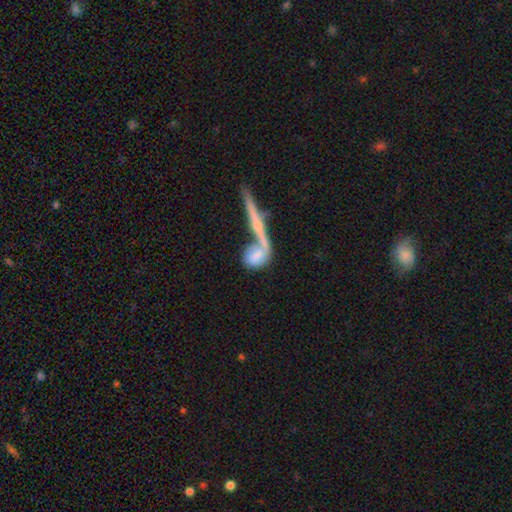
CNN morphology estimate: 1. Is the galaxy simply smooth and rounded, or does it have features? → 57% smooth, 35% featured or disk, 9% star or artifact.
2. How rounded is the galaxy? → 50% in between, 28% round, 22% cigar-shaped.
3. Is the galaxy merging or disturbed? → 46% merger, 31% none, 12% minor disturbance, 11% major disturbance.